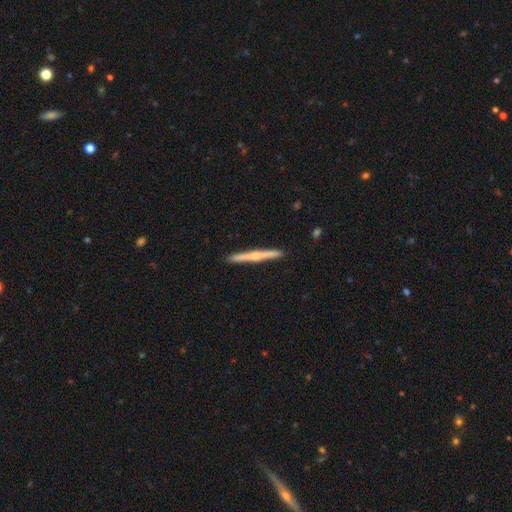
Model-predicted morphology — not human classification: smooth-or-featured: featured or disk: 60% | smooth: 34% | star or artifact: 5%
  disk-edge-on: yes: 98% | no: 2%
    edge-on-bulge: rounded: 67% | none: 25% | boxy: 7%
  merging: none: 92% | minor disturbance: 6% | major disturbance: 1% | merger: 1%